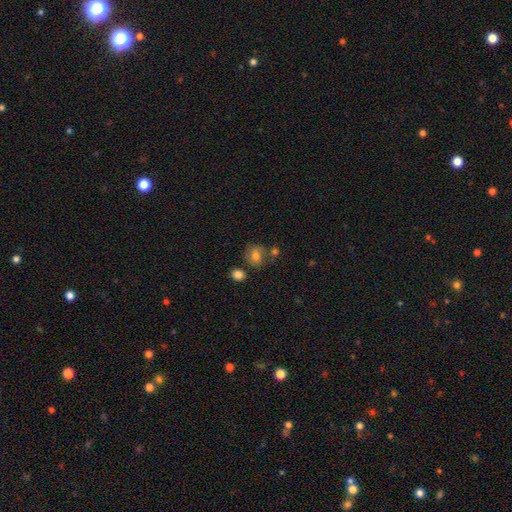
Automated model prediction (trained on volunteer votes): Morphology: type=smooth (67%); roundness=round (66%); merging=none (60%).